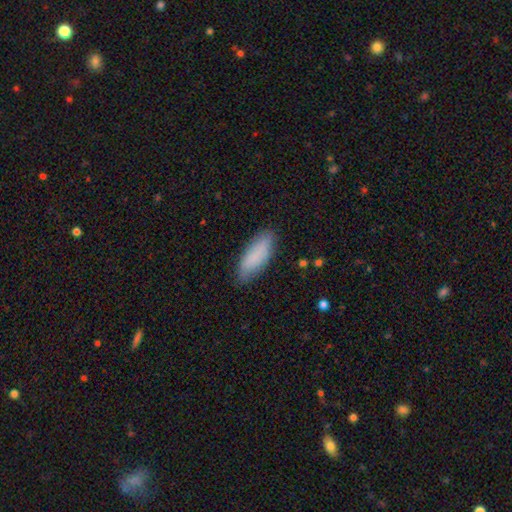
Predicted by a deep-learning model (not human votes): Smooth or featured: smooth — 84% (featured or disk — 9%)
How rounded: in between — 70% (cigar-shaped — 28%)
Merging: none — 82% (minor disturbance — 14%)